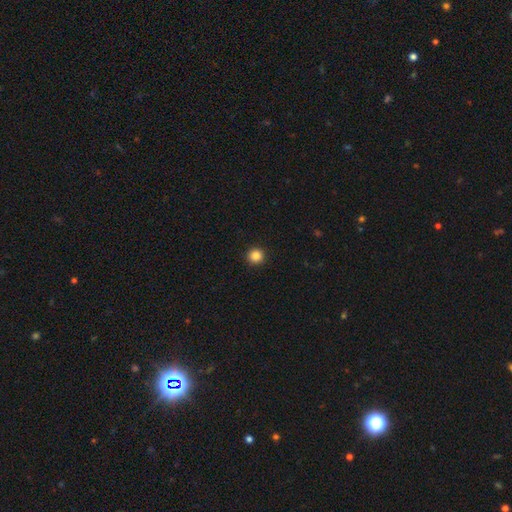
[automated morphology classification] Smooth or featured: smooth — 86% (star or artifact — 11%)
How rounded: round — 95% (in between — 4%)
Merging: none — 93% (minor disturbance — 4%)